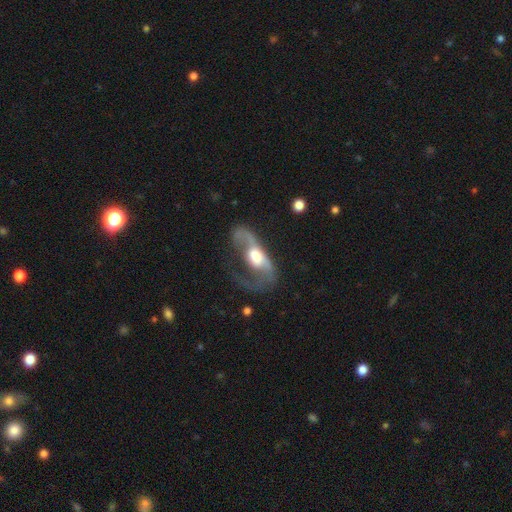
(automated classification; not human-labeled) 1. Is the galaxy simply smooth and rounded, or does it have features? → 72% featured or disk, 22% smooth, 6% star or artifact.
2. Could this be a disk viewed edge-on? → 88% no, 12% yes.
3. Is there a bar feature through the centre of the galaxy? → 58% no, 29% weak, 13% strong.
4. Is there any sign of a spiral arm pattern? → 77% yes, 23% no.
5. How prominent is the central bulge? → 43% large (tied), 43% moderate (tied), 6% small, 6% dominant, 2% none.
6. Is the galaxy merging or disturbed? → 53% major disturbance, 26% none, 16% minor disturbance, 5% merger.